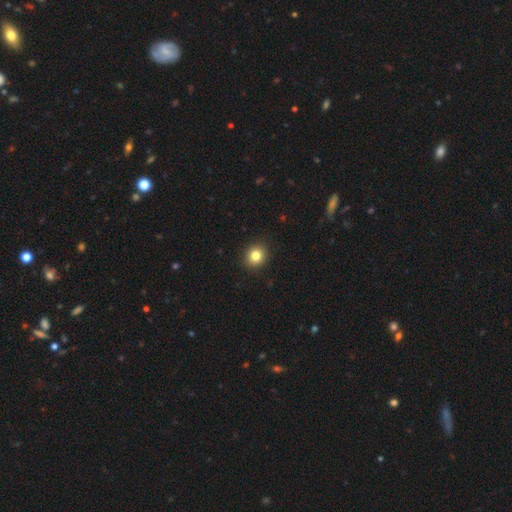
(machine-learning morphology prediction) Smooth or featured? Predicted: smooth (p=0.83). How rounded? Predicted: round (p=0.82). Merging? Predicted: none (p=0.92).